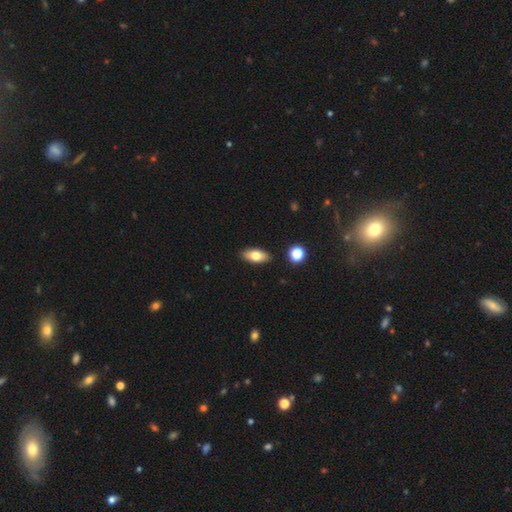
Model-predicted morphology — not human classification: Smooth or featured?
  - smooth: 75% *
  - featured or disk: 18%
  - star or artifact: 8%
How rounded?
  - in between: 87% *
  - cigar-shaped: 9%
  - round: 4%
Merging?
  - none: 88% *
  - minor disturbance: 8%
  - merger: 2%
  - major disturbance: 2%